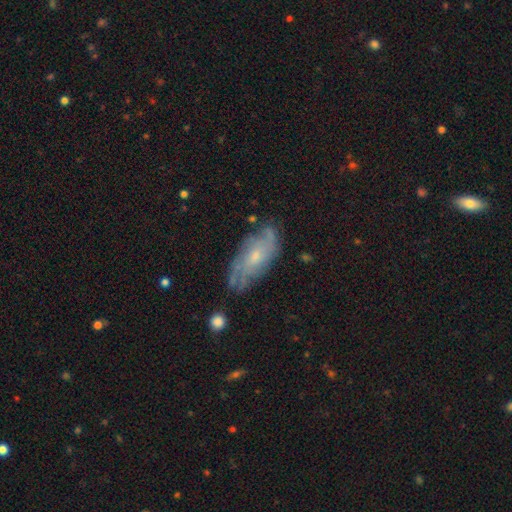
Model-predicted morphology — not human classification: Smooth or featured: featured or disk — 66% (smooth — 25%)
Edge-on disk: no — 88% (yes — 12%)
Bar: no — 75% (weak — 22%)
Spiral arms: yes — 81% (no — 19%)
Bulge size: small — 59% (moderate — 35%)
Merging: none — 72% (minor disturbance — 20%)